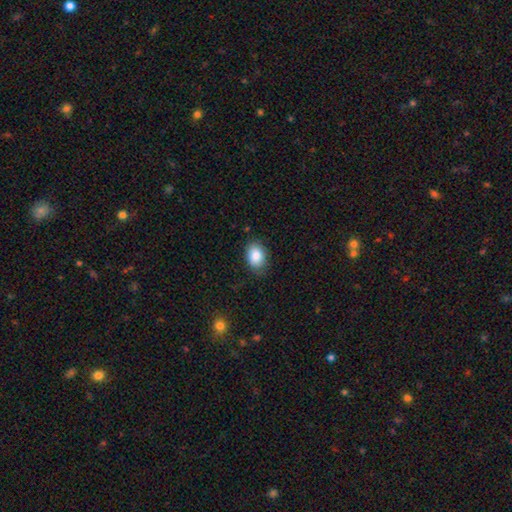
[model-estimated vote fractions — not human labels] A smooth galaxy with no disk features (86%) that is in between round and cigar-shaped (77%).

Vote fractions:
- Smooth or featured? smooth: 86% / star or artifact: 8% / featured or disk: 6%
- How rounded? in between: 77% / round: 22% / cigar-shaped: 1%
- Merging? none: 81% / minor disturbance: 14% / major disturbance: 3% / merger: 1%